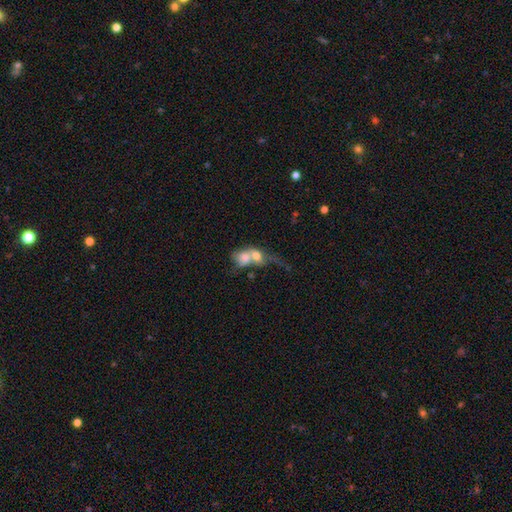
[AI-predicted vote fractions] Overall: smooth (61%; featured or disk 30%). How rounded: in between (59%; round 37%). Merging: merger (75%).